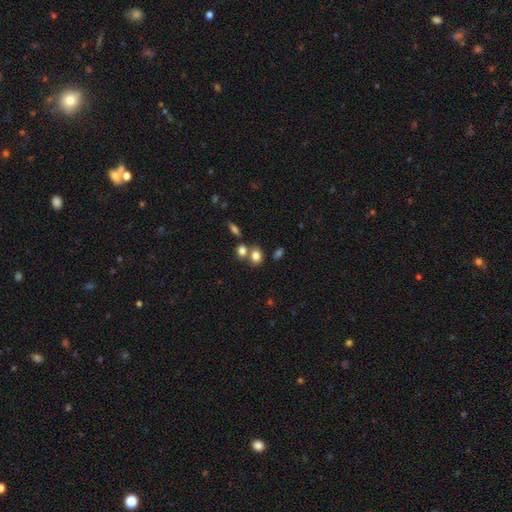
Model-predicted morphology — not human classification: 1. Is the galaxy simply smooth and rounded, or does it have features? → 80% smooth, 11% star or artifact, 9% featured or disk.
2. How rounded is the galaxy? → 59% in between, 39% round, 2% cigar-shaped.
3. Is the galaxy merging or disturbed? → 51% none, 35% merger, 10% minor disturbance, 4% major disturbance.